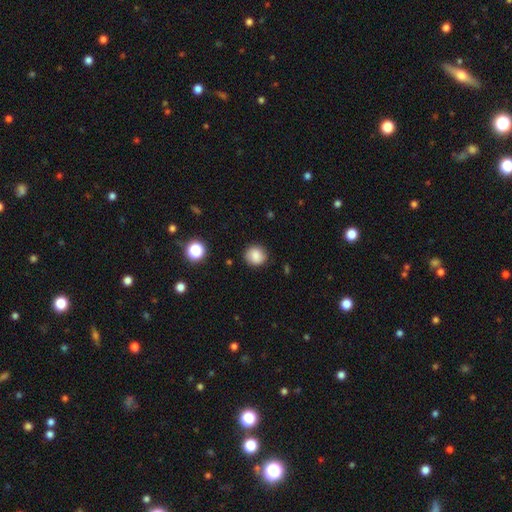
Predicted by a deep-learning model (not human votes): A smooth galaxy with no disk features (83%) that is round (85%). Merging: none (85%).